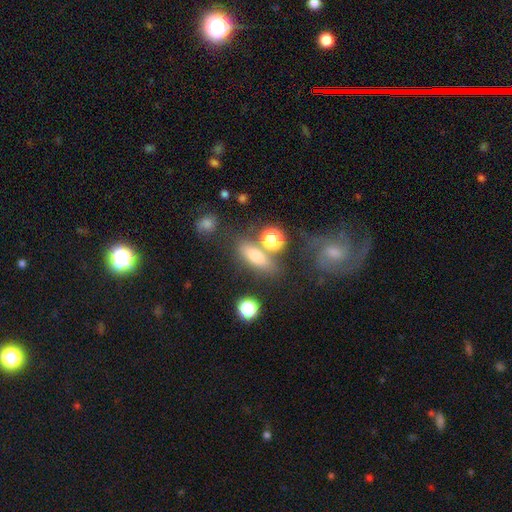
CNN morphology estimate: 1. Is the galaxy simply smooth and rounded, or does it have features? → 65% smooth, 21% featured or disk, 15% star or artifact.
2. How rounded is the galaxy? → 58% in between, 29% cigar-shaped, 13% round.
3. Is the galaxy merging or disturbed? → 63% none, 16% merger, 14% minor disturbance, 7% major disturbance.